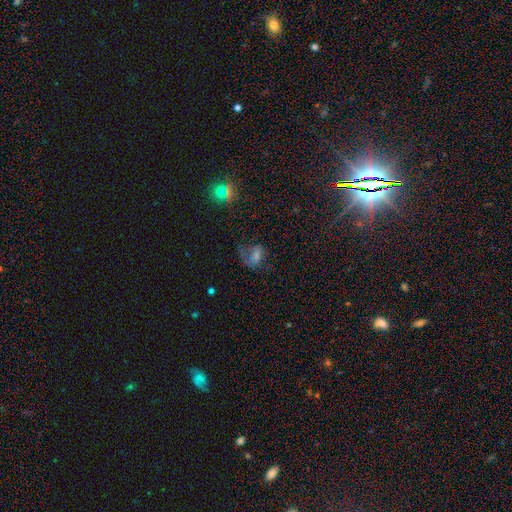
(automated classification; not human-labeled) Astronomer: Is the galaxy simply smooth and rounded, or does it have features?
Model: featured or disk — 39% (runner-up: smooth, 31%).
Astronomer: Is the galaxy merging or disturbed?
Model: none — 48% (runner-up: major disturbance, 27%).